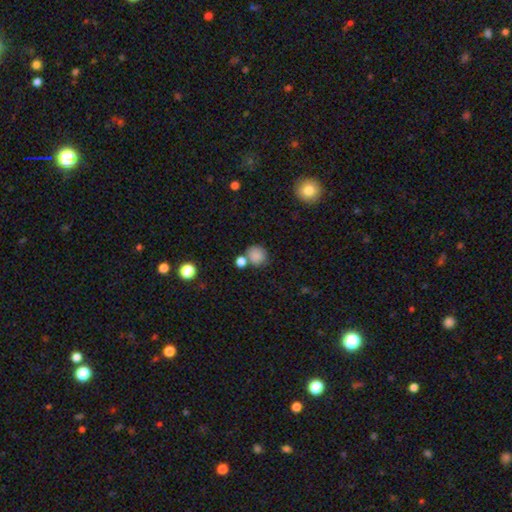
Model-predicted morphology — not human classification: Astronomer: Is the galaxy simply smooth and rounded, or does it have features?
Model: smooth — 85%.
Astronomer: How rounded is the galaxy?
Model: round — 86%.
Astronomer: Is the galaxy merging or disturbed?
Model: none — 62%.